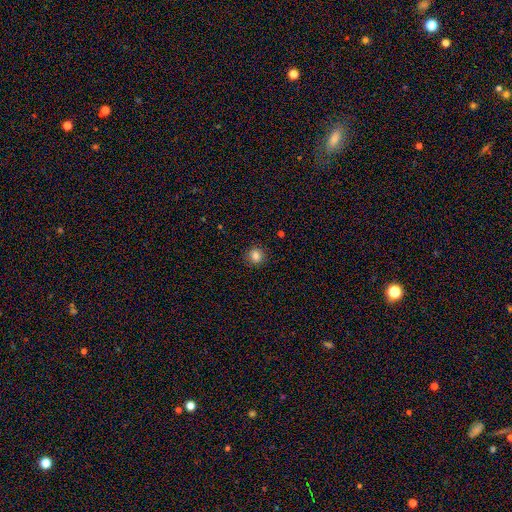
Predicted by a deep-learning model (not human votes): Overall: smooth (83%). How rounded: round (90%). Merging: none (91%).